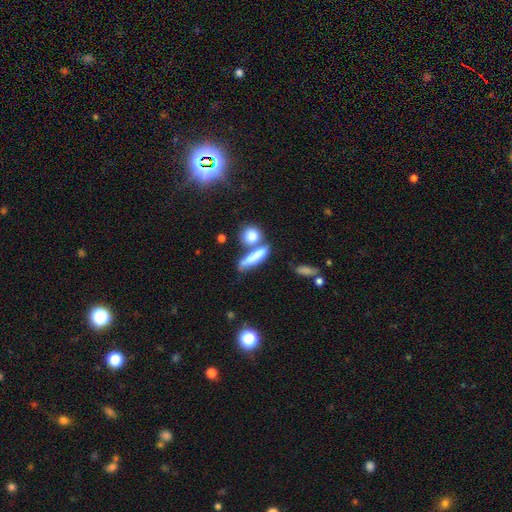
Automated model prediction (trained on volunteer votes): A smooth galaxy with no disk features (74%) that is cigar-shaped (54%).

Vote fractions:
- Smooth or featured? smooth: 74% / featured or disk: 17% / star or artifact: 9%
- How rounded? cigar-shaped: 54% / in between: 37% / round: 10%
- Merging? none: 41% / merger: 36% / minor disturbance: 15% / major disturbance: 8%